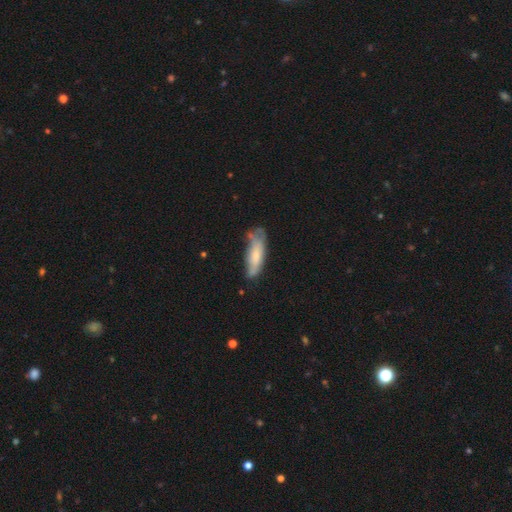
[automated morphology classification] smooth-or-featured: smooth: 61% | featured or disk: 33% | star or artifact: 6%
  how-rounded: in between: 53% | cigar-shaped: 46% | round: 2%
  merging: none: 49% | minor disturbance: 33% | major disturbance: 12% | merger: 6%